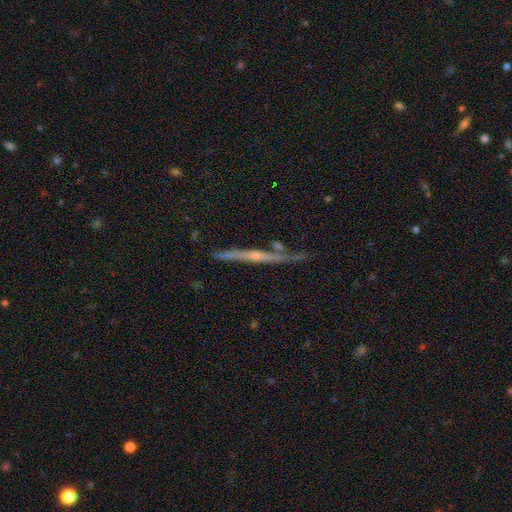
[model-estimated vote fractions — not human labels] smooth_or_featured: featured or disk (p=0.72) [alt: smooth p=0.21]
disk_edge_on: yes (p=0.96) [alt: no p=0.04]
edge_on_bulge: rounded (p=0.51) [alt: none p=0.41]
merging: none (p=0.74) [alt: minor disturbance p=0.15]